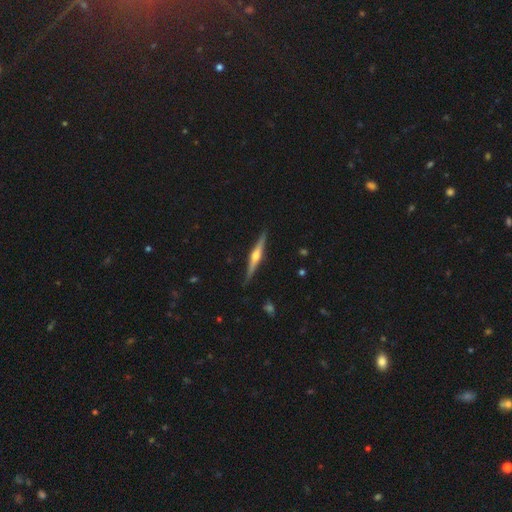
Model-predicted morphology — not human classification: type=featured or disk (76%); edge-on=yes (98%); edge-on bulge=rounded (93%); merging=none (89%).